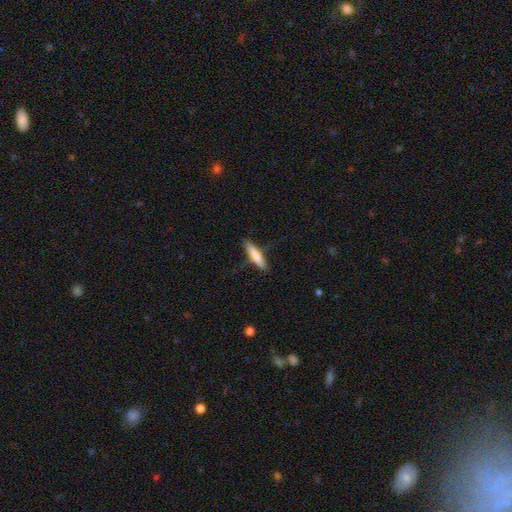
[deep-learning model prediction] smooth_or_featured: smooth (p=0.71) [alt: featured or disk p=0.23]
how_rounded: cigar-shaped (p=0.85) [alt: in between p=0.14]
merging: none (p=0.81) [alt: minor disturbance p=0.15]